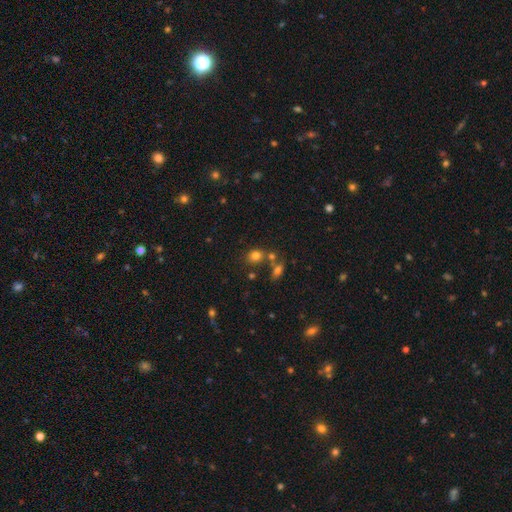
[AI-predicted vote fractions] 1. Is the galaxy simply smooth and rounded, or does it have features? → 77% smooth, 14% star or artifact, 8% featured or disk.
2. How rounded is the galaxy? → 62% round, 37% in between, 1% cigar-shaped.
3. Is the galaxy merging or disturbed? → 61% none, 21% merger, 12% minor disturbance, 5% major disturbance.